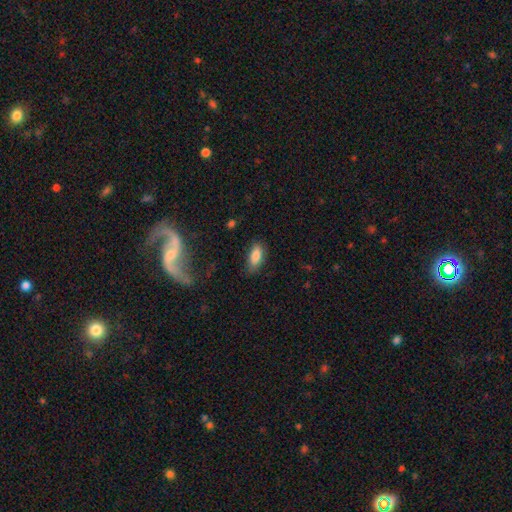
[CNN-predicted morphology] Smooth or featured? Predicted: smooth (p=0.84). How rounded? Predicted: in between (p=0.84). Merging? Predicted: none (p=0.78).